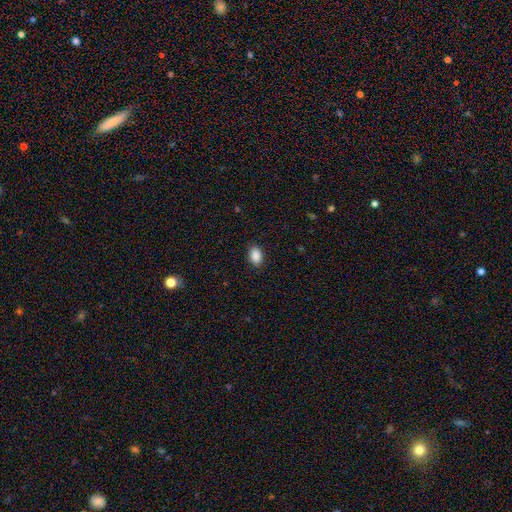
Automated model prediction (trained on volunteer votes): smooth-or-featured: smooth: 89% | star or artifact: 8% | featured or disk: 3%
  how-rounded: in between: 84% | round: 14% | cigar-shaped: 1%
  merging: none: 89% | minor disturbance: 8% | major disturbance: 2% | merger: 1%